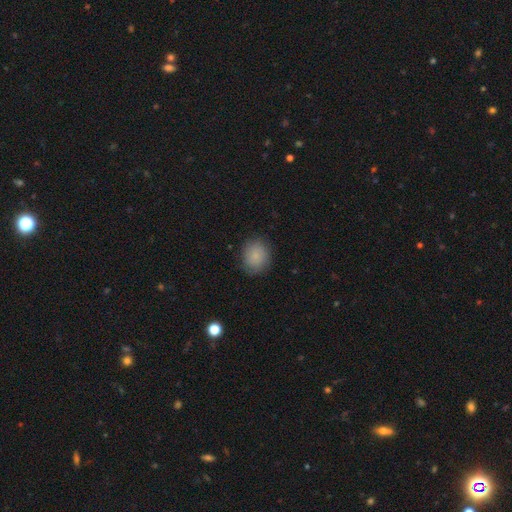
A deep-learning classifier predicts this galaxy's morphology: type=smooth (85%); roundness=round (70%); merging=none (84%).